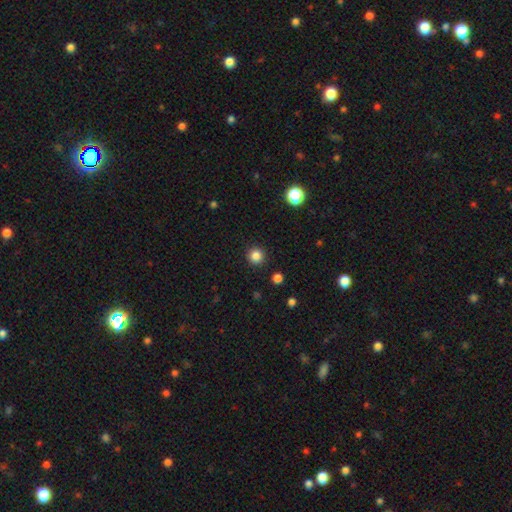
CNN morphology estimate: Smooth or featured?
  - smooth: 85% *
  - star or artifact: 12%
  - featured or disk: 4%
How rounded?
  - round: 95% *
  - in between: 4%
  - cigar-shaped: 1%
Merging?
  - none: 92% *
  - minor disturbance: 5%
  - major disturbance: 2%
  - merger: 1%